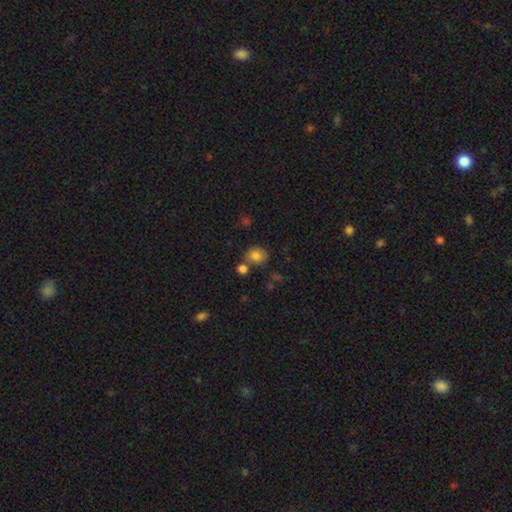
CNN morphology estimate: Q: Smooth or featured?
A: smooth (82%); runner-up: star or artifact (11%)
Q: How rounded?
A: round (75%); runner-up: in between (24%)
Q: Merging?
A: none (63%); runner-up: merger (21%)